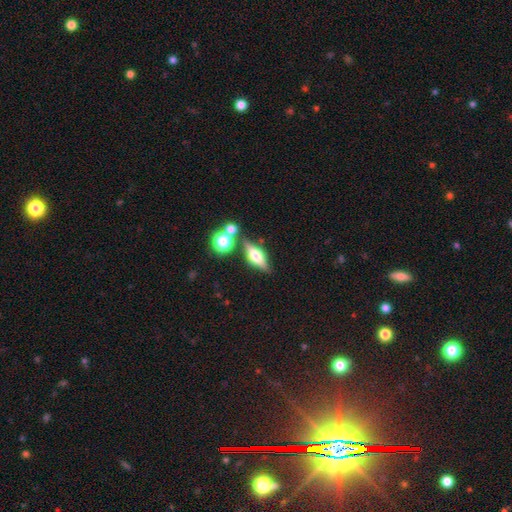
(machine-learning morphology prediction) The model was most divided on "smooth or featured": featured or disk: 58%, smooth: 32%, star or artifact: 11%. More confident: edge-on bulge — rounded (93%); edge-on disk — yes (91%); merging — none (77%).